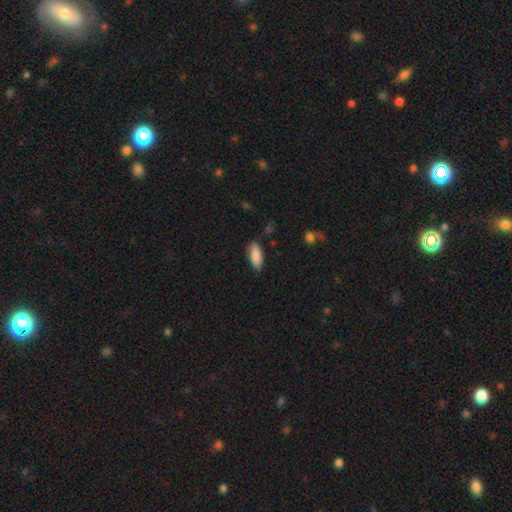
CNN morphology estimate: A smooth galaxy with no disk features (87%) that is in between round and cigar-shaped (85%).

Vote fractions:
- Smooth or featured? smooth: 87% / featured or disk: 6% / star or artifact: 6%
- How rounded? in between: 85% / cigar-shaped: 14% / round: 2%
- Merging? none: 83% / minor disturbance: 13% / major disturbance: 2% / merger: 2%